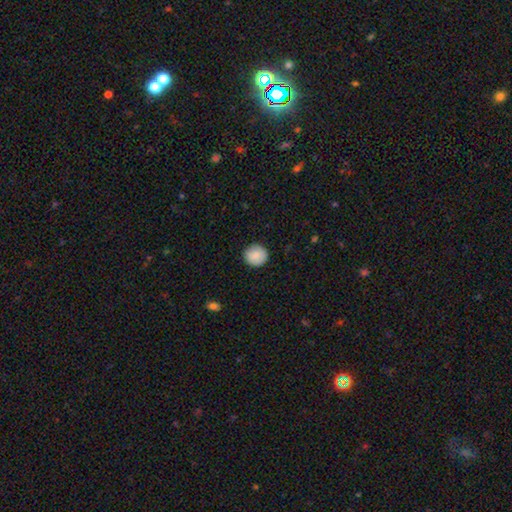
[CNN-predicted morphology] A smooth galaxy with no disk features (88%) that is round (91%). Merging: none (89%).